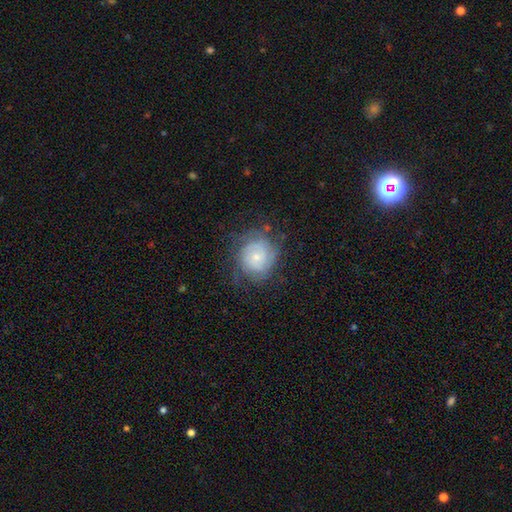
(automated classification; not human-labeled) A featured or disk galaxy (52%) with no bar (78%), spiral arms (79%) and a small central bulge (65%). Merging: none (64%).